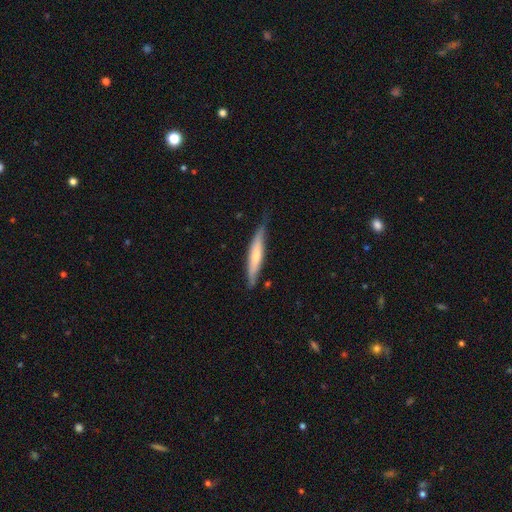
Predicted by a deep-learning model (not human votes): smooth-or-featured: smooth: 57% | featured or disk: 39% | star or artifact: 5%
  how-rounded: cigar-shaped: 90% | in between: 9% | round: 1%
  merging: none: 70% | minor disturbance: 25% | major disturbance: 4% | merger: 2%